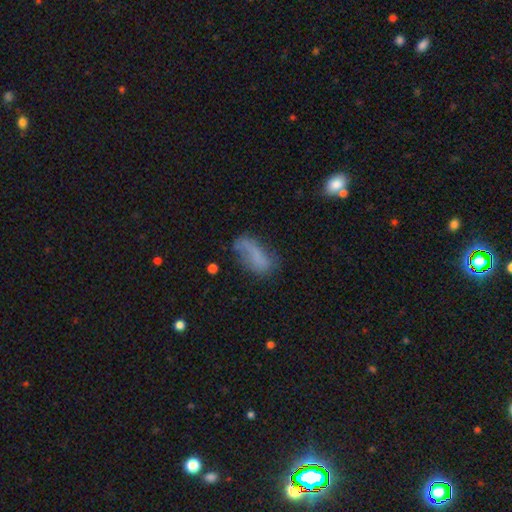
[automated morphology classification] smooth_or_featured: smooth (p=0.63) [alt: featured or disk p=0.25]
how_rounded: in between (p=0.80) [alt: cigar-shaped p=0.16]
merging: none (p=0.41) [alt: minor disturbance p=0.30]